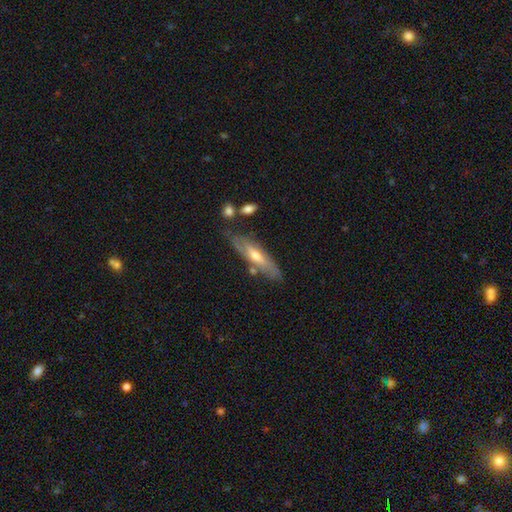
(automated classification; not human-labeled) smooth_or_featured: featured or disk (p=0.57) [alt: smooth p=0.36]
disk_edge_on: yes (p=0.60) [alt: no p=0.40]
merging: none (p=0.73) [alt: minor disturbance p=0.17]